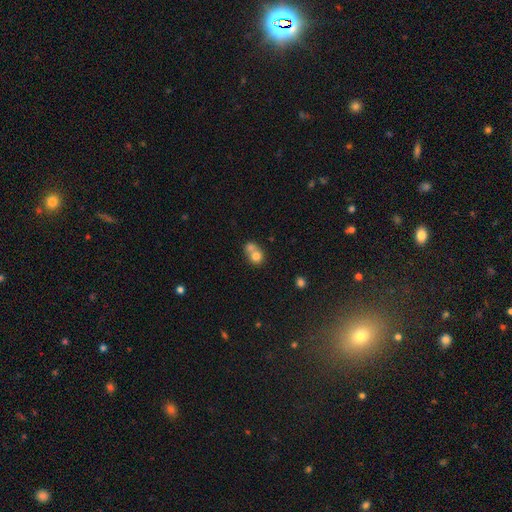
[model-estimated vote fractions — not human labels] A smooth galaxy with no disk features (74%) that is round (75%).

Vote fractions:
- Smooth or featured? smooth: 74% / featured or disk: 15% / star or artifact: 10%
- How rounded? round: 75% / in between: 24% / cigar-shaped: 1%
- Merging? merger: 63% / none: 28% / minor disturbance: 6% / major disturbance: 3%